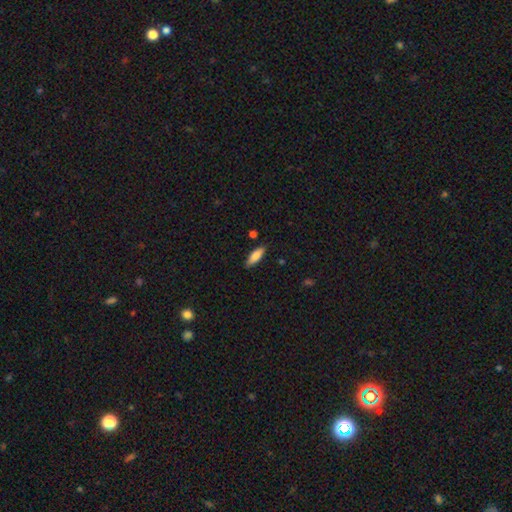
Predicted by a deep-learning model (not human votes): This is clearly a smooth galaxy (80%). How rounded: possibly in between (53%). Merging: clearly none (86%).